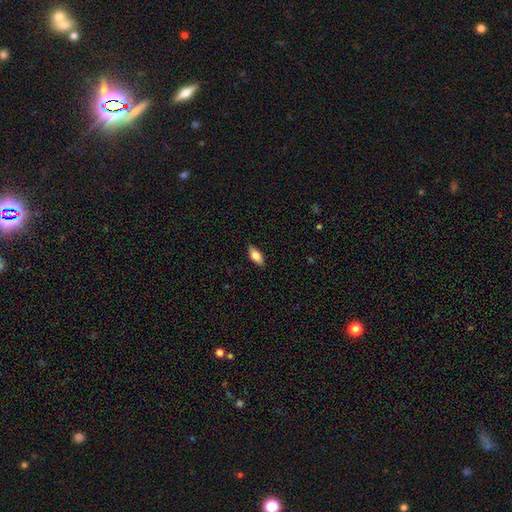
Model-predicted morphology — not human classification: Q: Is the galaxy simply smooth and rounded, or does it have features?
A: smooth — 79%.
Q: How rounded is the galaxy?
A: in between — 84%.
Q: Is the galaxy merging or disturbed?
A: none — 85%.